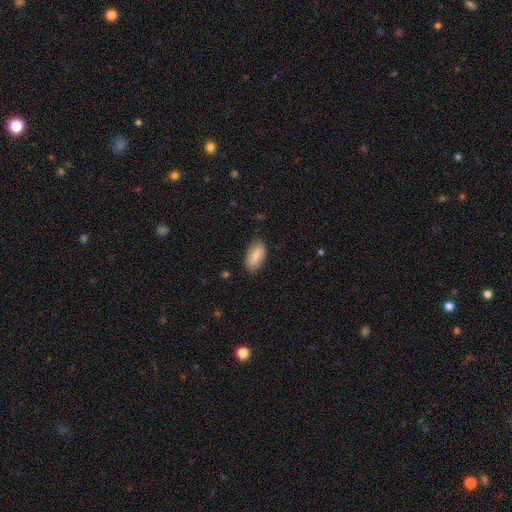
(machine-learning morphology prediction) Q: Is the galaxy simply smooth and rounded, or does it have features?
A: smooth — 82%.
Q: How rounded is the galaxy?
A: in between — 93%.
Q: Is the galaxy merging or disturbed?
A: none — 78%.